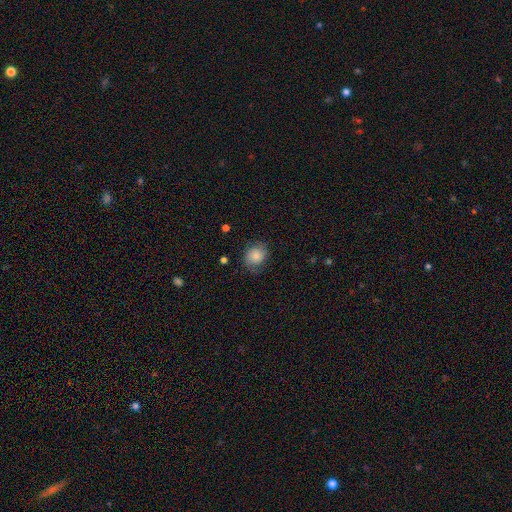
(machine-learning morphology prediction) A smooth galaxy with no disk features (64%) that is round (64%). Merging: none (69%).